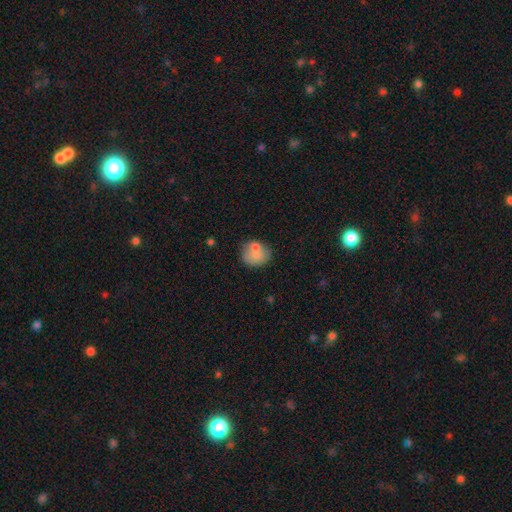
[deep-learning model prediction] smooth 74%, featured or disk 17%, star or artifact 9%. Down the decision tree: how rounded — round (72%); merging — none (54%).